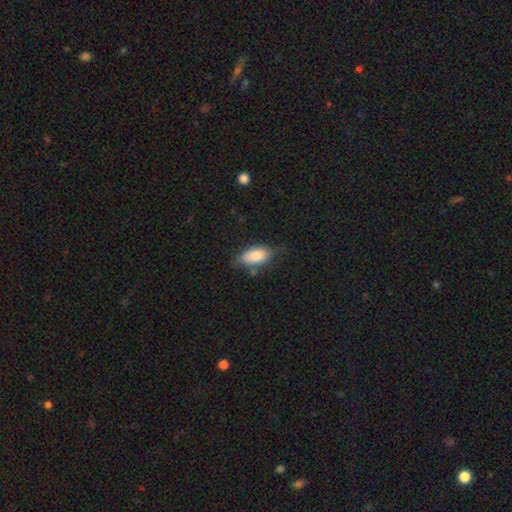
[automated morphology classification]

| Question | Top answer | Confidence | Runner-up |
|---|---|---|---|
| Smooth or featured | smooth | 82% | featured or disk (11%) |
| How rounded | in between | 90% | cigar-shaped (7%) |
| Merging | none | 57% | minor disturbance (31%) |